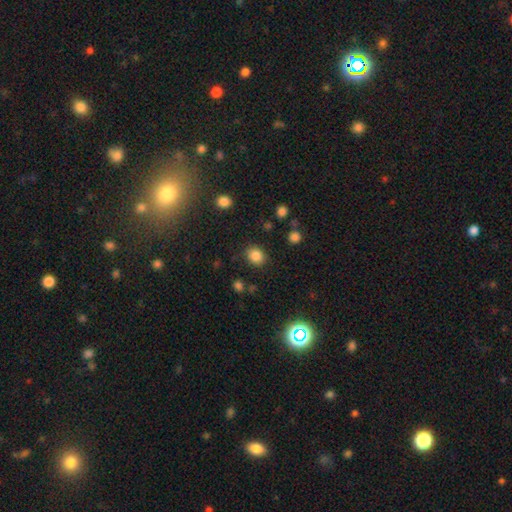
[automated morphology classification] This appears to be a smooth galaxy with no disk features (84%) that is round (68%). Merging: none (84%).